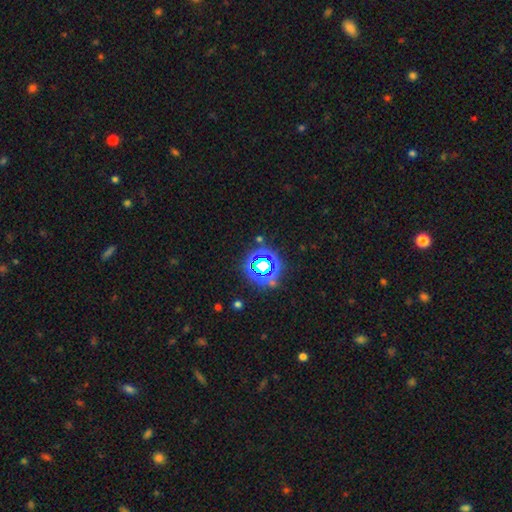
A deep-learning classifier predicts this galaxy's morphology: This is likely a star or artifact rather than a galaxy (66%).